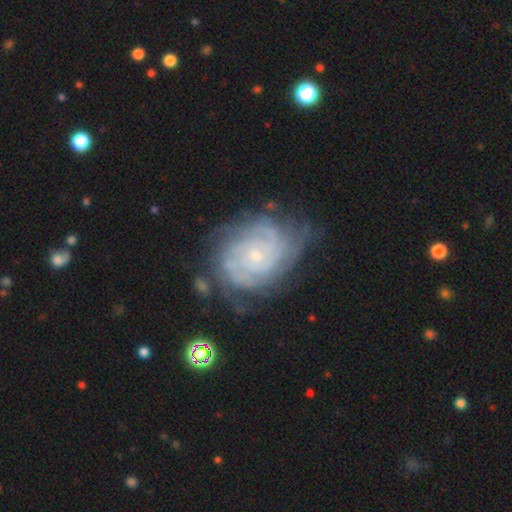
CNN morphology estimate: Smooth or featured?
  - featured or disk: 87% *
  - smooth: 7%
  - star or artifact: 6%
Edge-on disk?
  - no: 97% *
  - yes: 3%
Bar?
  - no: 75% *
  - weak: 21%
  - strong: 4%
Spiral arms?
  - yes: 97% *
  - no: 3%
Spiral winding?
  - tight: 76% *
  - medium: 20%
  - loose: 4%
Spiral arm count?
  - can't tell: 33% *
  - 4: 19%
  - 3: 16%
  - 2: 16%
  - more than 4: 9%
  - 1: 6%
Bulge size?
  - small: 79% *
  - moderate: 17%
  - none: 3%
  - large: 1%
  - dominant: 1%
Merging?
  - none: 65% *
  - minor disturbance: 23%
  - major disturbance: 10%
  - merger: 3%